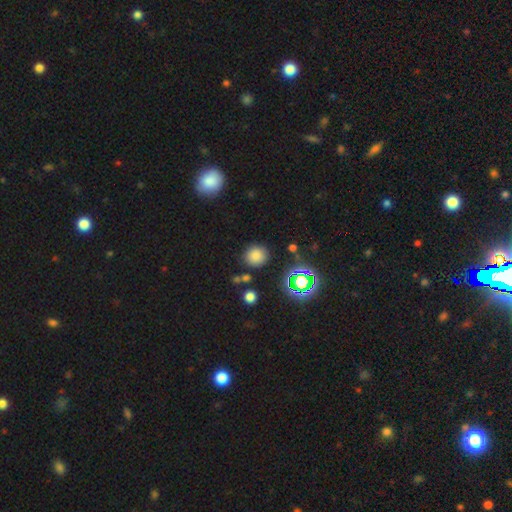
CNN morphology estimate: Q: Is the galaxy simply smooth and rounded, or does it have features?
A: smooth — 75%.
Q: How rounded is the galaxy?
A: round — 86%.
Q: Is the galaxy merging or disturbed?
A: none — 82%.